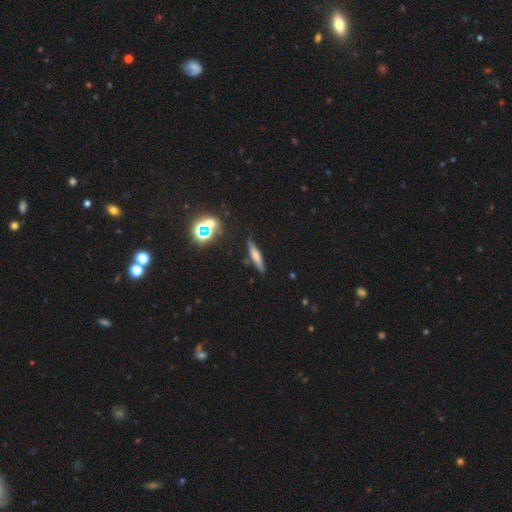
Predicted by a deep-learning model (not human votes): smooth 58%, featured or disk 29%, star or artifact 13%. Down the decision tree: how rounded — cigar-shaped (87%); merging — none (81%).